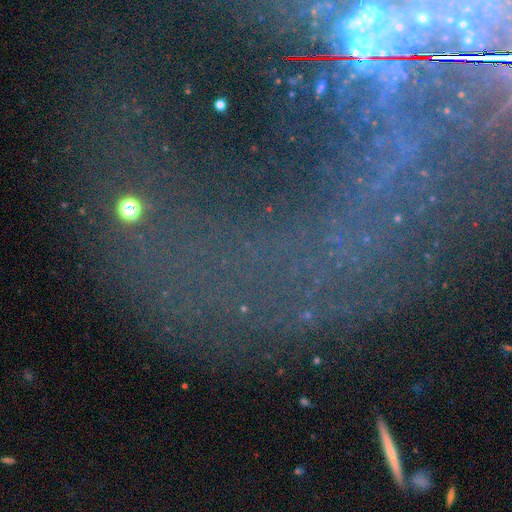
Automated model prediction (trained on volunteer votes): This is likely a star or artifact rather than a galaxy (71%).